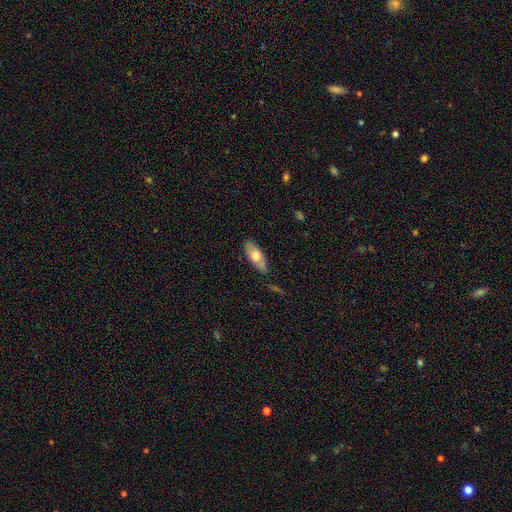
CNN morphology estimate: smooth-or-featured: smooth: 63% | featured or disk: 31% | star or artifact: 6%
  how-rounded: in between: 79% | cigar-shaped: 19% | round: 2%
  merging: none: 80% | minor disturbance: 15% | major disturbance: 3% | merger: 2%